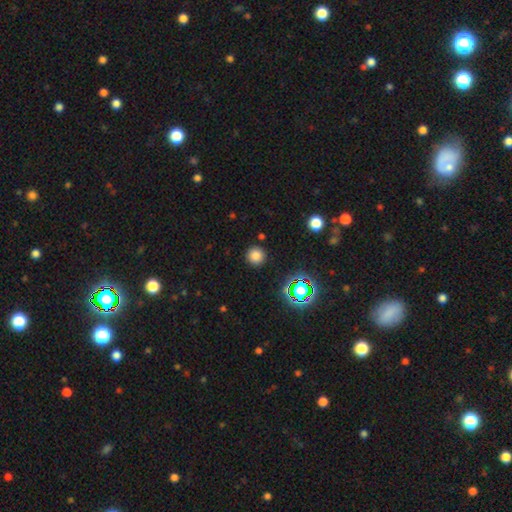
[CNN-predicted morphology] Overall: smooth (78%). How rounded: round (95%). Merging: none (89%).